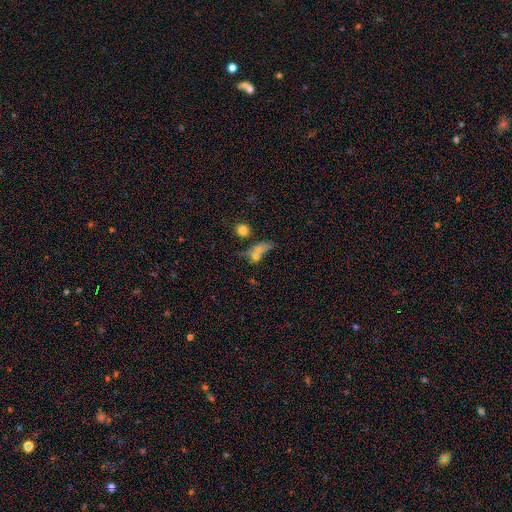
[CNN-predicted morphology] Smooth or featured?
  - smooth: 60% *
  - featured or disk: 24%
  - star or artifact: 16%
How rounded?
  - in between: 51% *
  - round: 36%
  - cigar-shaped: 13%
Merging?
  - merger: 43% *
  - none: 30%
  - major disturbance: 14%
  - minor disturbance: 13%